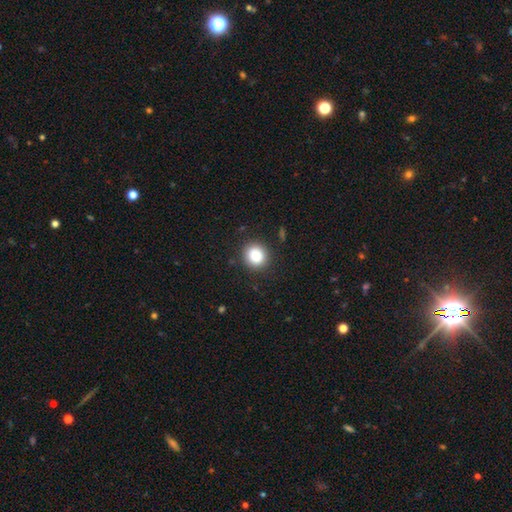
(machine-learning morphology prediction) smooth 86%, star or artifact 10%, featured or disk 4%. Down the decision tree: how rounded — round (86%); merging — none (88%).